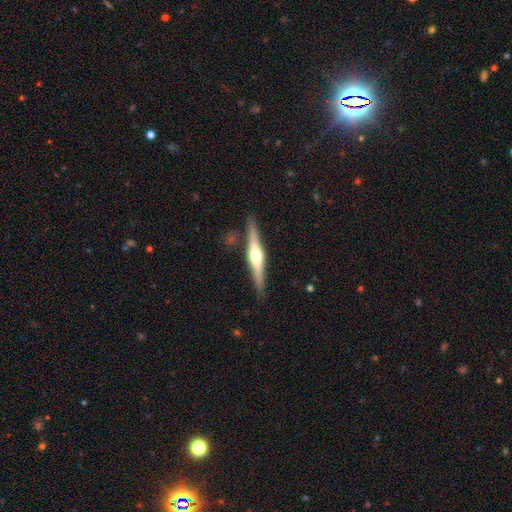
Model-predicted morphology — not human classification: A featured or disk galaxy (75%) viewed edge-on (98%) with a rounded central bulge (90%).

Vote fractions:
- Smooth or featured? featured or disk: 75% / smooth: 20% / star or artifact: 5%
- Edge-on disk? yes: 98% / no: 2%
- Edge-on bulge? rounded: 90% / boxy: 7% / none: 3%
- Merging? none: 88% / minor disturbance: 8% / merger: 2% / major disturbance: 2%